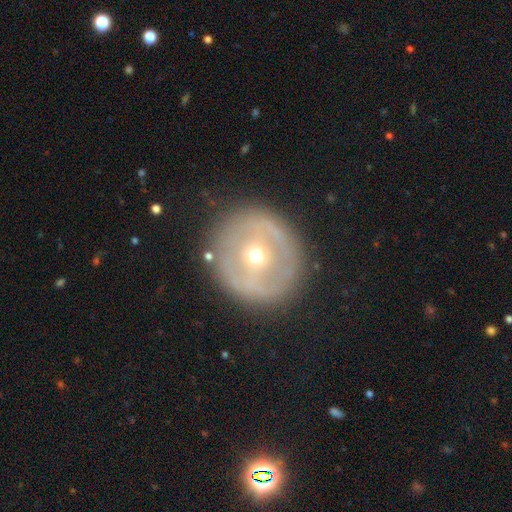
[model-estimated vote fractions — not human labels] Smooth or featured? Predicted: featured or disk (p=0.60). Edge-on disk? Predicted: no (p=0.94). Bar? Predicted: no (p=0.49). Spiral arms? Predicted: no (p=0.75). Bulge size? Predicted: moderate (p=0.51). Merging? Predicted: none (p=0.84).